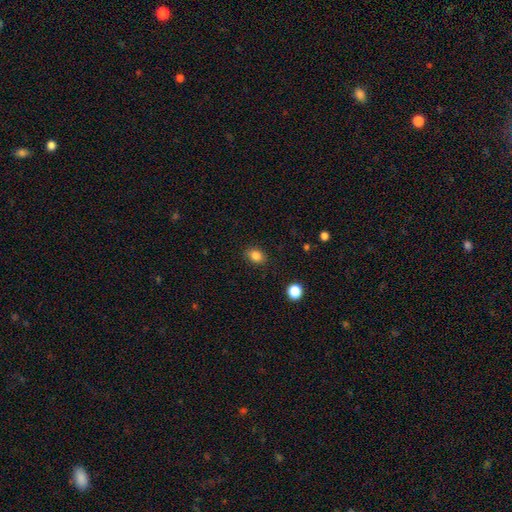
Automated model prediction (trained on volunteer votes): Smooth or featured: smooth — 85% (star or artifact — 10%)
How rounded: in between — 61% (round — 38%)
Merging: none — 87% (minor disturbance — 10%)